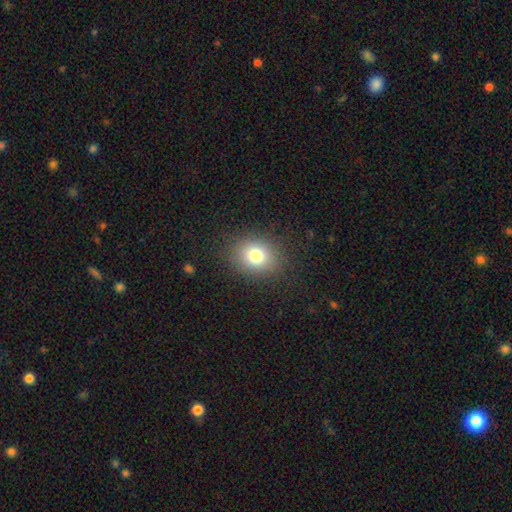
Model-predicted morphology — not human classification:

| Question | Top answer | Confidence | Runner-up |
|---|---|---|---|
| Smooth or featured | smooth | 78% | star or artifact (12%) |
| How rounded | round | 57% | in between (42%) |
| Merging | none | 86% | minor disturbance (9%) |